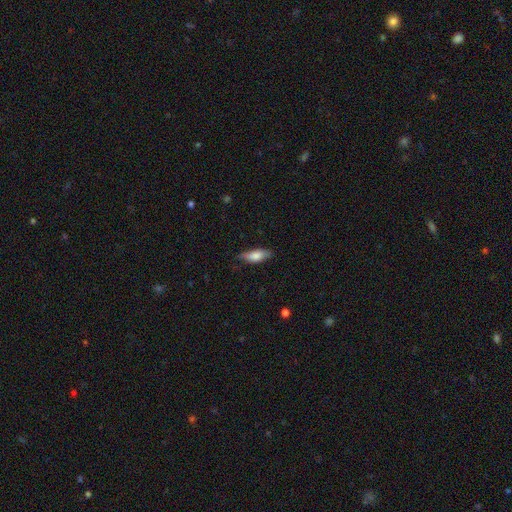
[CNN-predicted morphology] Smooth or featured? smooth (75%)
How rounded? in between (69%)
Merging? none (75%)